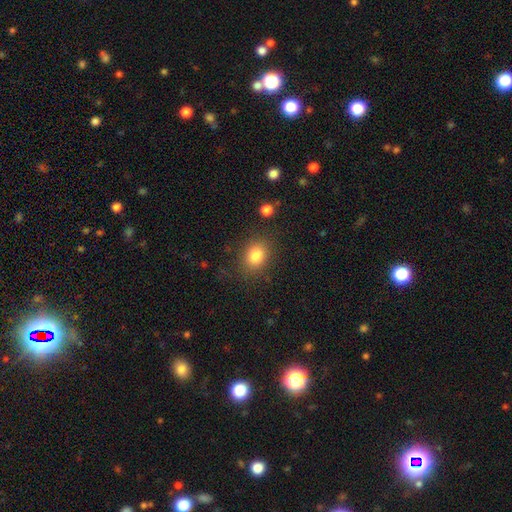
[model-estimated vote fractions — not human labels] smooth_or_featured: smooth (p=0.83) [alt: star or artifact p=0.10]
how_rounded: in between (p=0.53) [alt: round p=0.46]
merging: none (p=0.81) [alt: minor disturbance p=0.11]